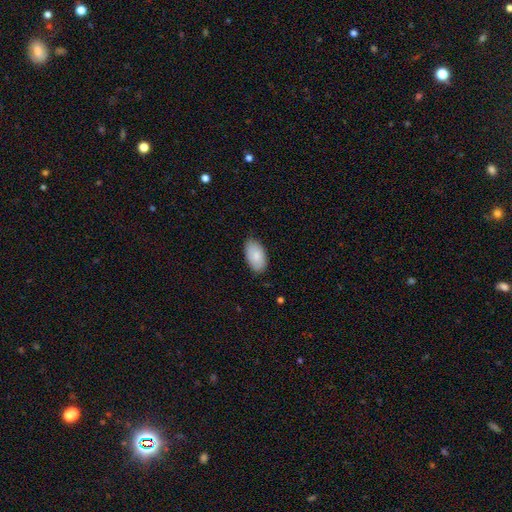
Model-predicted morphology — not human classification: smooth_or_featured: smooth (p=0.82) [alt: featured or disk p=0.12]
how_rounded: in between (p=0.95) [alt: round p=0.03]
merging: none (p=0.82) [alt: minor disturbance p=0.14]